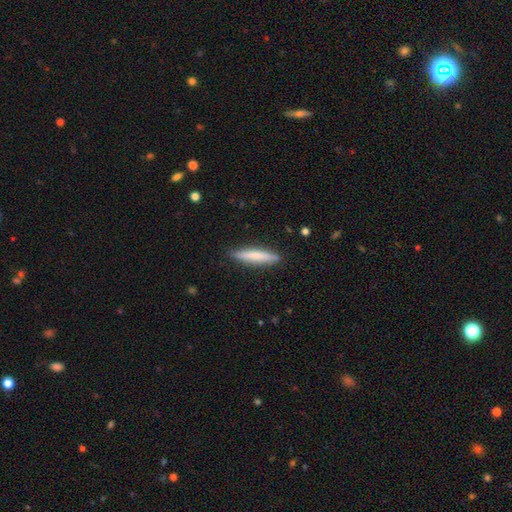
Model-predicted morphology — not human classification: Smooth or featured?
  - smooth: 70% *
  - featured or disk: 25%
  - star or artifact: 6%
How rounded?
  - cigar-shaped: 90% *
  - in between: 9%
  - round: 1%
Merging?
  - none: 88% *
  - minor disturbance: 9%
  - major disturbance: 2%
  - merger: 1%